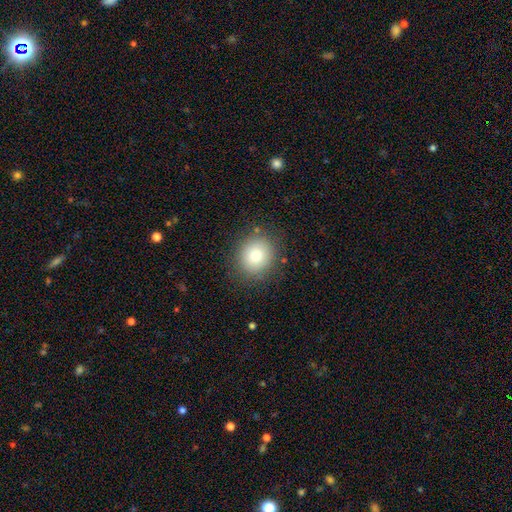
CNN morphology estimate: smooth_or_featured: smooth (p=0.84) [alt: star or artifact p=0.09]
how_rounded: round (p=0.78) [alt: in between p=0.21]
merging: none (p=0.84) [alt: minor disturbance p=0.10]